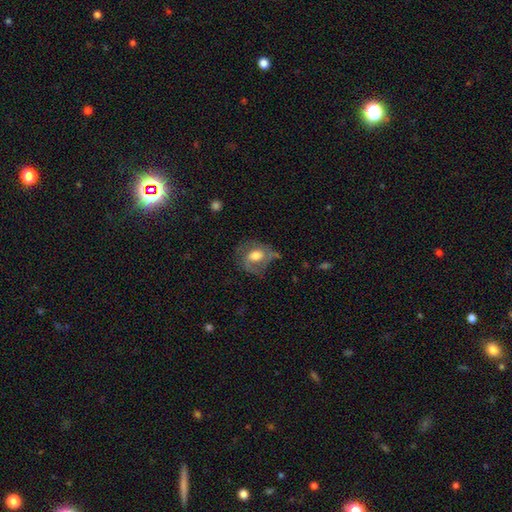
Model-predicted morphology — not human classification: Smooth or featured? featured or disk (48%)
Merging? none (45%)